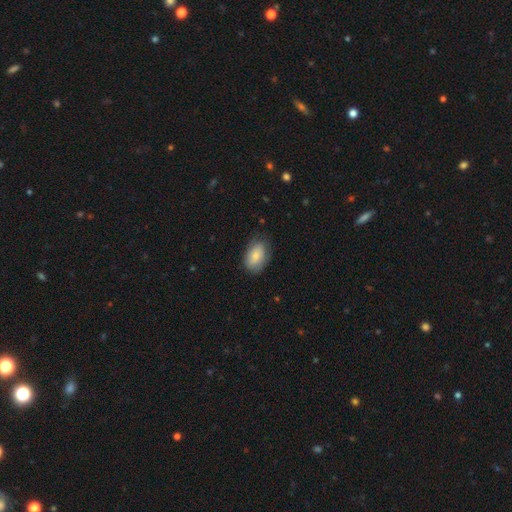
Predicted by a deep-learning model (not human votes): smooth_or_featured: smooth (p=0.79) [alt: featured or disk p=0.15]
how_rounded: in between (p=0.90) [alt: round p=0.09]
merging: none (p=0.71) [alt: minor disturbance p=0.22]